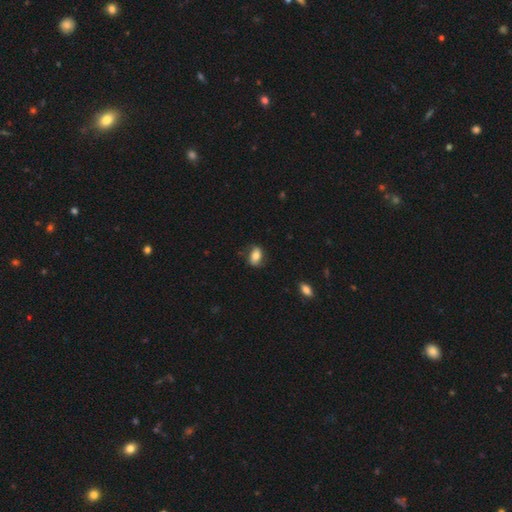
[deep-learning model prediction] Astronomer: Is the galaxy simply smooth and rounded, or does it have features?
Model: smooth — 72%.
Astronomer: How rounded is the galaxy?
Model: in between — 84%.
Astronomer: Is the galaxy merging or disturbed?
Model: none — 73%.